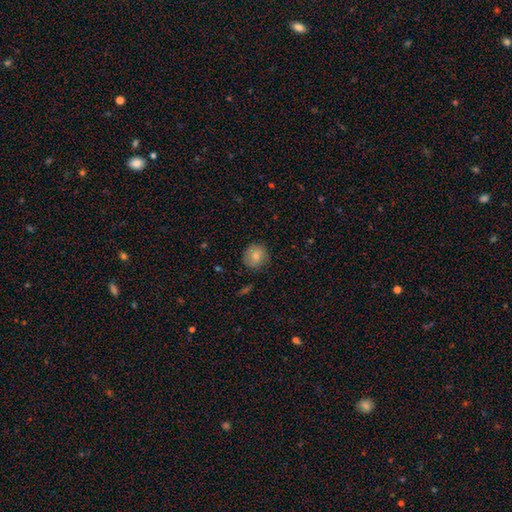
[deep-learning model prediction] Morphology: type=smooth (77%); roundness=round (89%); merging=none (83%).